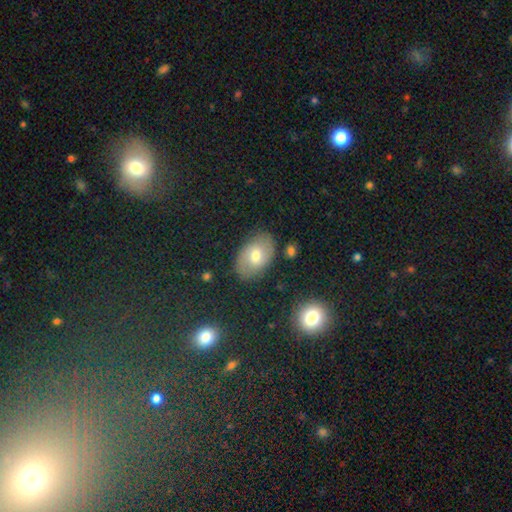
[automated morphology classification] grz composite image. It shows a smooth galaxy with no disk features (59%) that is in between round and cigar-shaped (86%). Merging: none (82%).